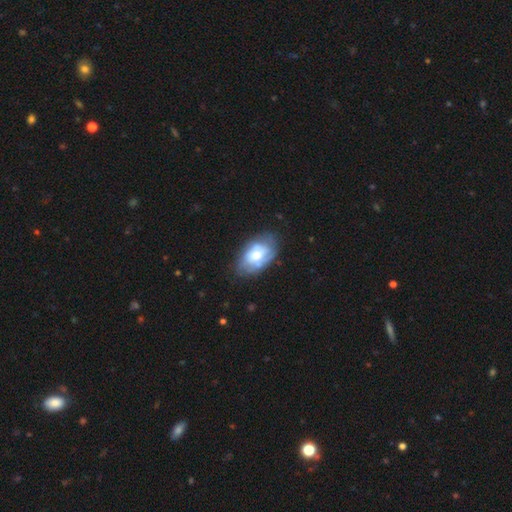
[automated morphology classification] The model was most divided on "smooth or featured": featured or disk: 50%, smooth: 43%, star or artifact: 7%. More confident: edge-on disk — no (94%); merging — none (59%).